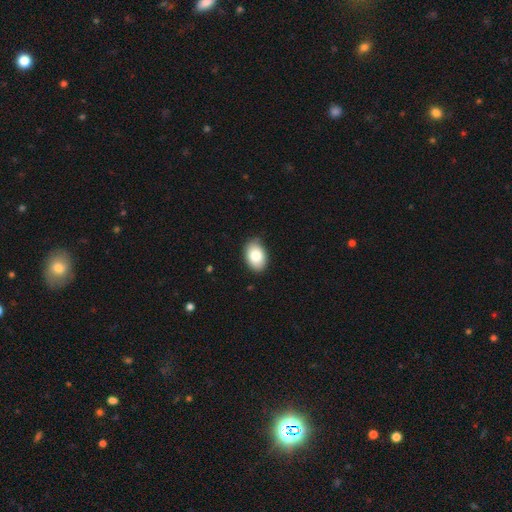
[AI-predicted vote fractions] This is clearly a smooth galaxy (83%). How rounded: clearly in between (88%). Merging: clearly none (85%).